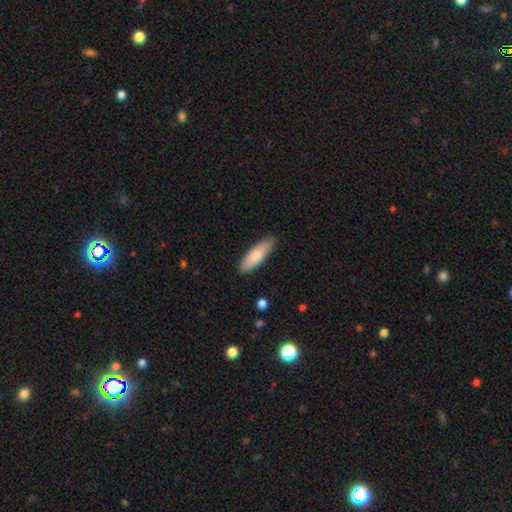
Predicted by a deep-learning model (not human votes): A smooth galaxy with no disk features (79%) that is cigar-shaped (54%). Merging: none (86%).